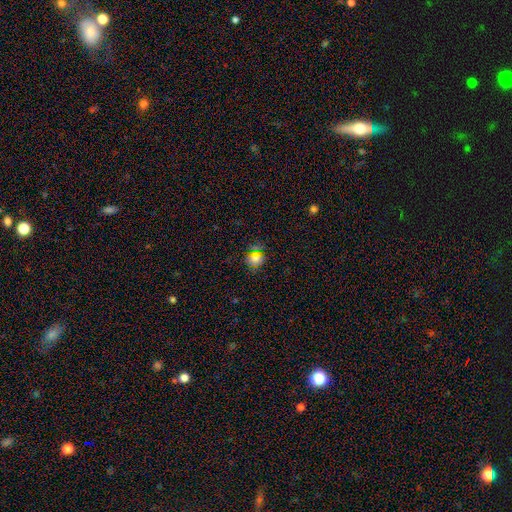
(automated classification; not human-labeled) The model was most divided on "smooth or featured": smooth: 71%, star or artifact: 21%, featured or disk: 9%. More confident: merging — none (84%); how rounded — round (79%).